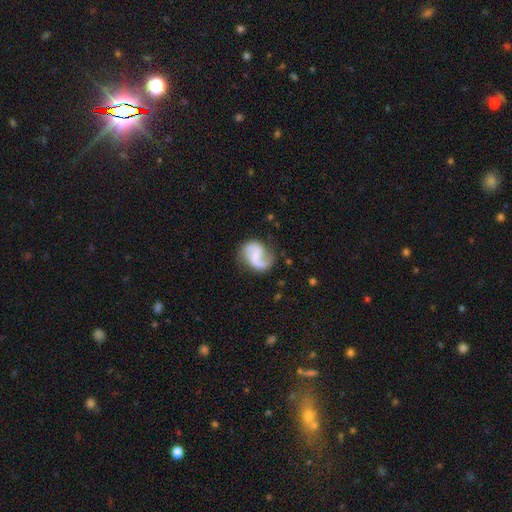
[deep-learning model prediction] smooth-or-featured: featured or disk: 79% | smooth: 16% | star or artifact: 6%
  disk-edge-on: no: 98% | yes: 2%
    bar: weak: 48% | no: 32% | strong: 20%
    has-spiral-arms: yes: 94% | no: 6%
      spiral-winding: loose: 45% | medium: 41% | tight: 14%
      spiral-arm-count: 2: 75% | 1: 19% | can't tell: 4% | 3: 1% | 4: 1% | more than 4: 1%
    bulge-size: small: 43% | none: 34% | moderate: 19% | large: 3% | dominant: 1%
  merging: none: 66% | minor disturbance: 21% | major disturbance: 12% | merger: 2%